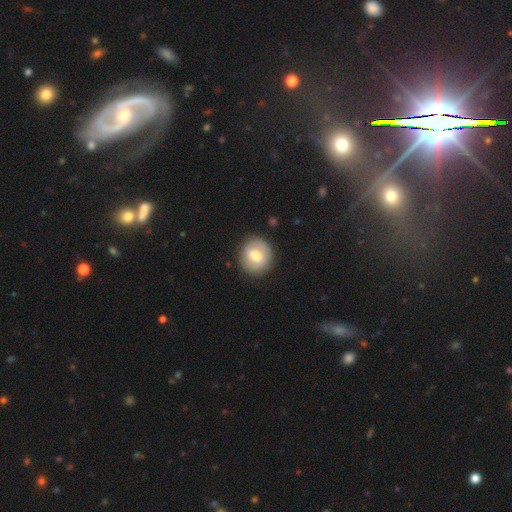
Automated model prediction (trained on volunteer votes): This is likely a smooth galaxy (67%). How rounded: clearly round (85%). Merging: clearly none (86%).